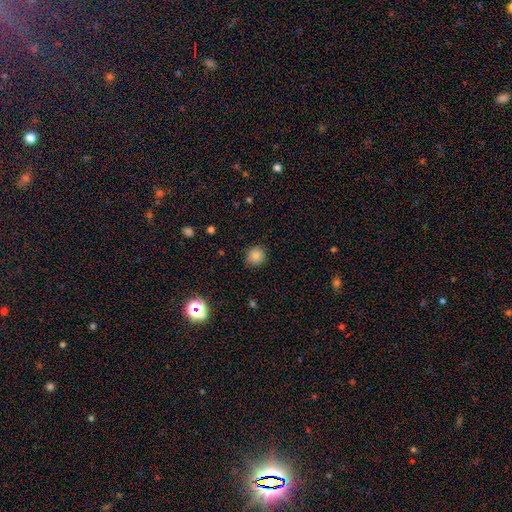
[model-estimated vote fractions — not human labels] A smooth galaxy with no disk features (83%) that is round (90%). Merging: none (88%).